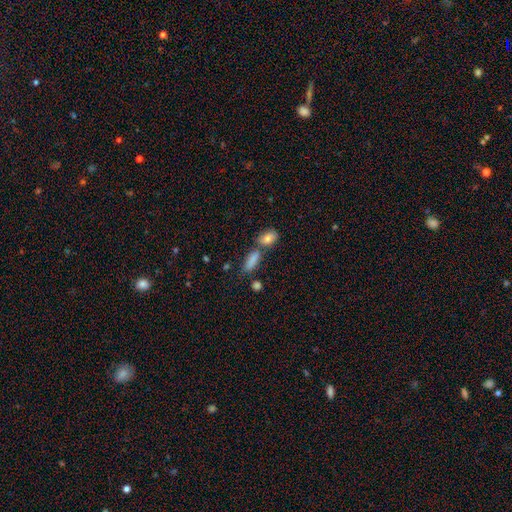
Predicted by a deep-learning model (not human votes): Smooth or featured: smooth — 50% (star or artifact — 28%)
How rounded: in between — 55% (round — 25%)
Merging: none — 45% (merger — 36%)